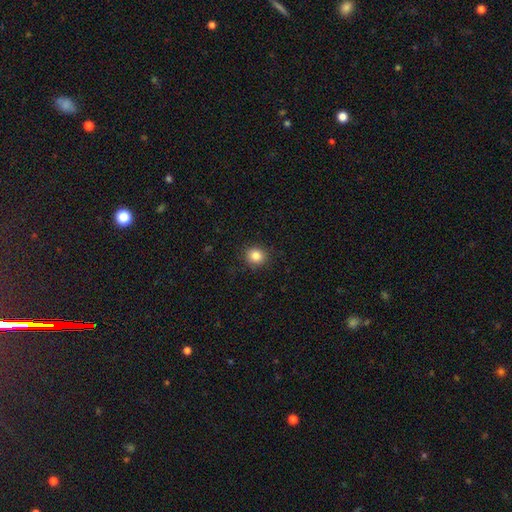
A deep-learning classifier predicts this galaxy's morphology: Smooth or featured? smooth (85%)
How rounded? round (86%)
Merging? none (90%)